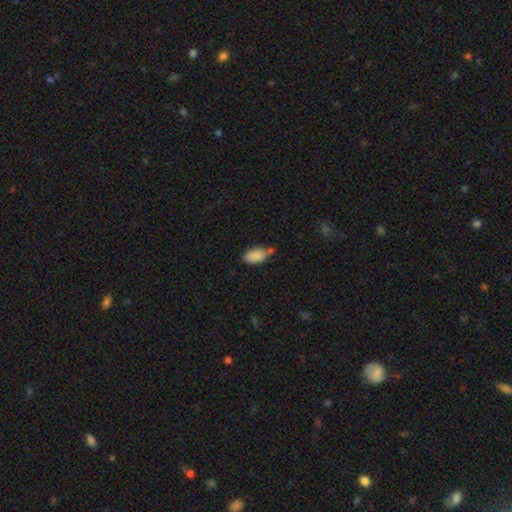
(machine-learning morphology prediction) Smooth or featured: smooth — 87% (star or artifact — 8%)
How rounded: in between — 93% (cigar-shaped — 4%)
Merging: none — 54% (minor disturbance — 25%)